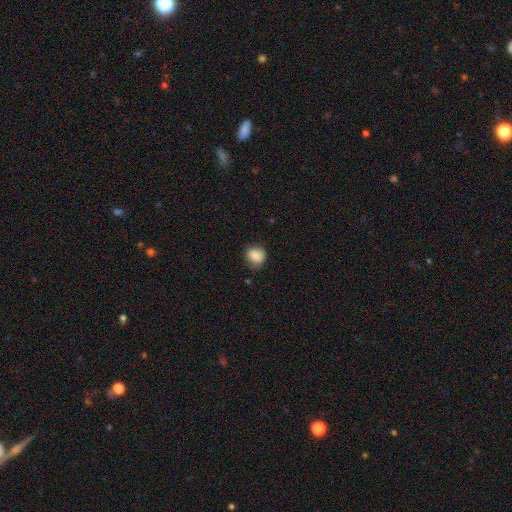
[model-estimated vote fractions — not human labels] This appears to be a smooth galaxy with no disk features (83%) that is round (79%). Merging: none (79%).